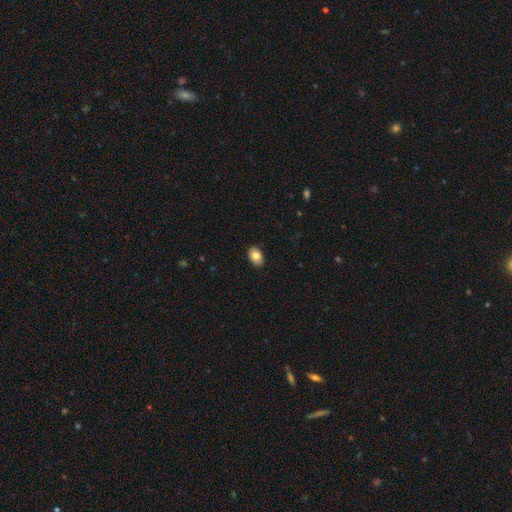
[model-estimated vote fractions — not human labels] smooth_or_featured: smooth (p=0.80) [alt: featured or disk p=0.12]
how_rounded: in between (p=0.86) [alt: round p=0.13]
merging: none (p=0.87) [alt: minor disturbance p=0.10]